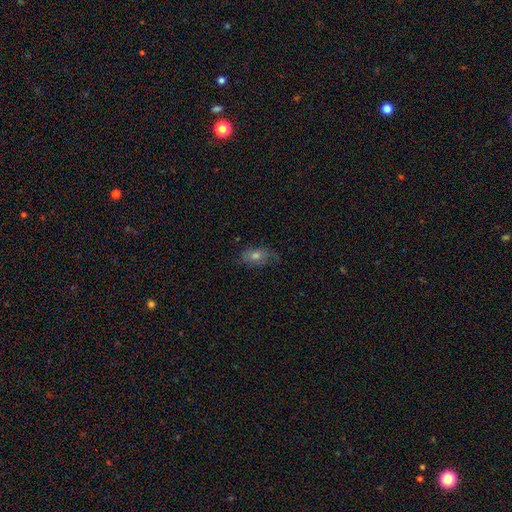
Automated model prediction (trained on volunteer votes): Smooth or featured? smooth (54%)
How rounded? in between (81%)
Merging? none (66%)